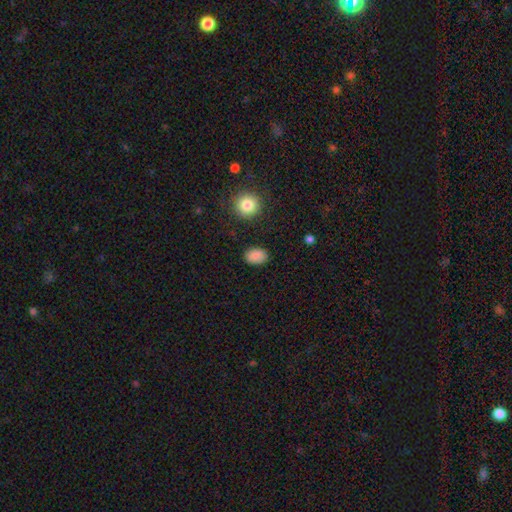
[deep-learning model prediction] Overall: smooth (87%). How rounded: in between (77%). Merging: none (86%).